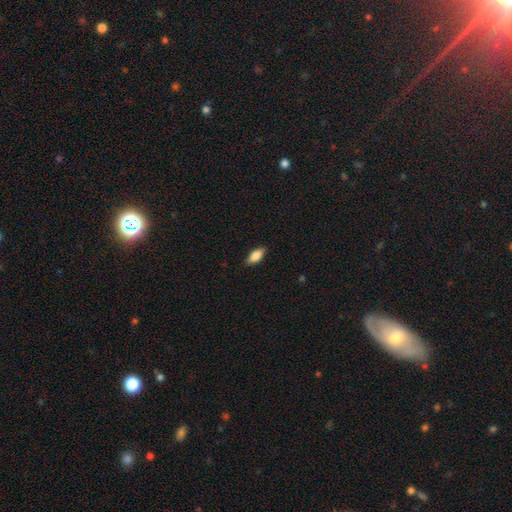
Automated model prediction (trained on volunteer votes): Overall: smooth (84%). How rounded: in between (87%). Merging: none (86%).